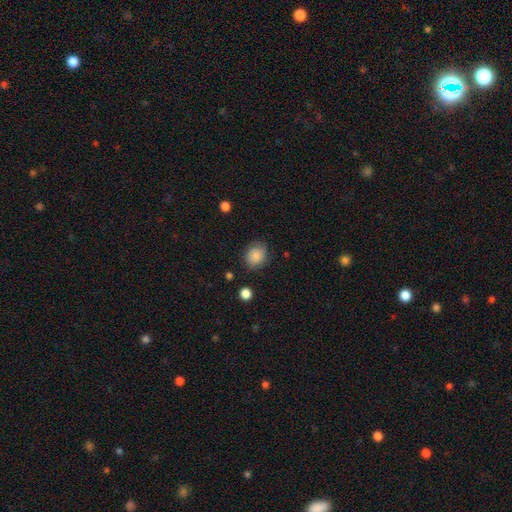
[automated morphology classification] smooth-or-featured: smooth: 86% | star or artifact: 8% | featured or disk: 5%
  how-rounded: round: 62% | in between: 38% | cigar-shaped: 1%
  merging: none: 79% | minor disturbance: 15% | major disturbance: 4% | merger: 2%